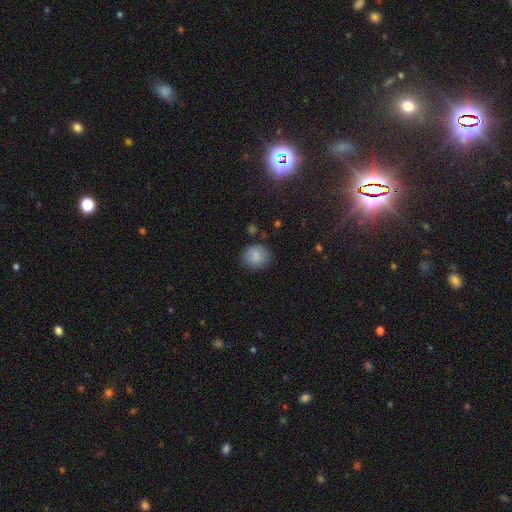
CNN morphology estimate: Smooth or featured?
  - smooth: 83% *
  - star or artifact: 9%
  - featured or disk: 8%
How rounded?
  - round: 79% *
  - in between: 20%
  - cigar-shaped: 1%
Merging?
  - none: 82% *
  - minor disturbance: 13%
  - major disturbance: 3%
  - merger: 2%